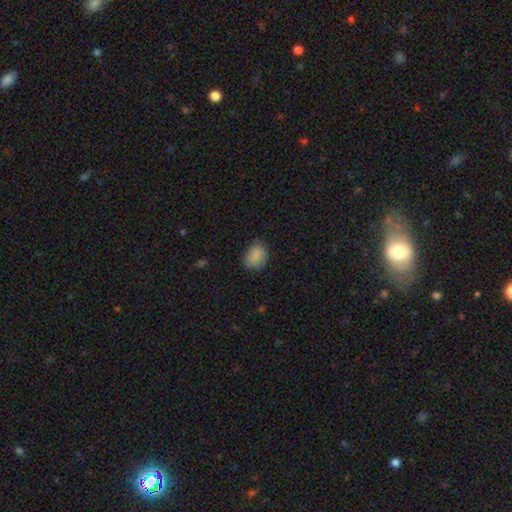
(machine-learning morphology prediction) Smooth or featured: smooth — 85% (star or artifact — 9%)
How rounded: in between — 67% (round — 32%)
Merging: none — 73% (minor disturbance — 21%)